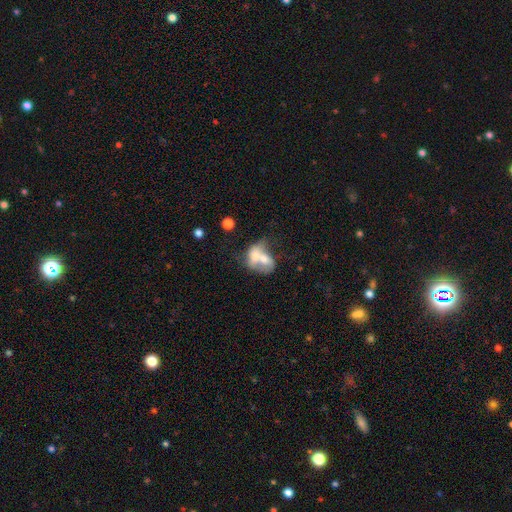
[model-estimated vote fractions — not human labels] Q: Smooth or featured?
A: smooth (53%); runner-up: featured or disk (38%)
Q: How rounded?
A: in between (69%); runner-up: round (29%)
Q: Merging?
A: merger (72%); runner-up: major disturbance (12%)